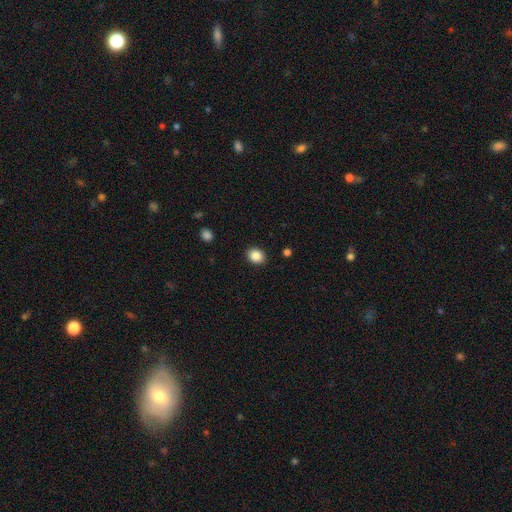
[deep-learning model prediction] Smooth or featured?
  - smooth: 87% *
  - star or artifact: 9%
  - featured or disk: 4%
How rounded?
  - round: 57% *
  - in between: 42%
  - cigar-shaped: 1%
Merging?
  - none: 90% *
  - minor disturbance: 7%
  - major disturbance: 2%
  - merger: 1%